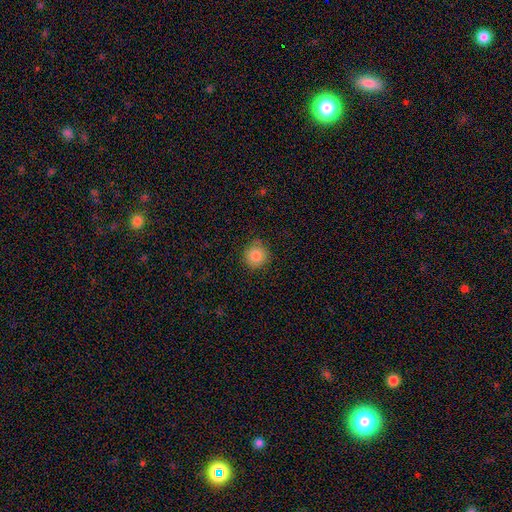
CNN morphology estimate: type=smooth (85%); roundness=round (91%); merging=none (83%).